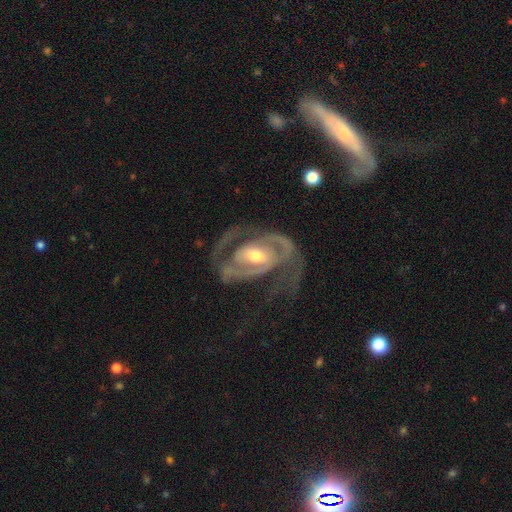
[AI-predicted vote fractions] featured or disk 89%, smooth 6%, star or artifact 5%. Down the decision tree: edge-on disk — no (96%); bar — weak (36%); spiral arms — yes (92%); spiral arm count — 2 (78%); spiral winding — medium (45%); bulge size — moderate (61%); merging — none (50%).